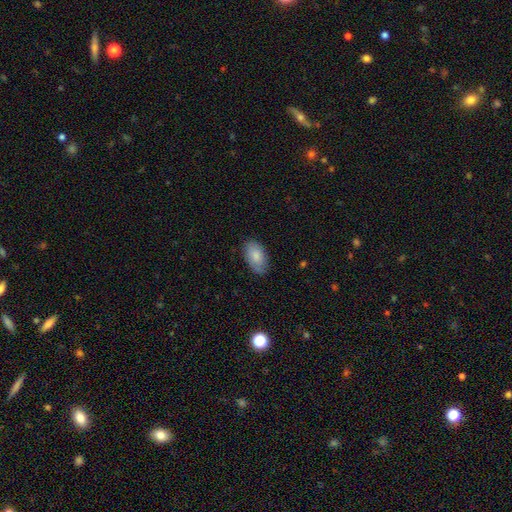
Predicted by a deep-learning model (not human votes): smooth 82%, featured or disk 12%, star or artifact 6%. Down the decision tree: how rounded — in between (94%); merging — none (81%).